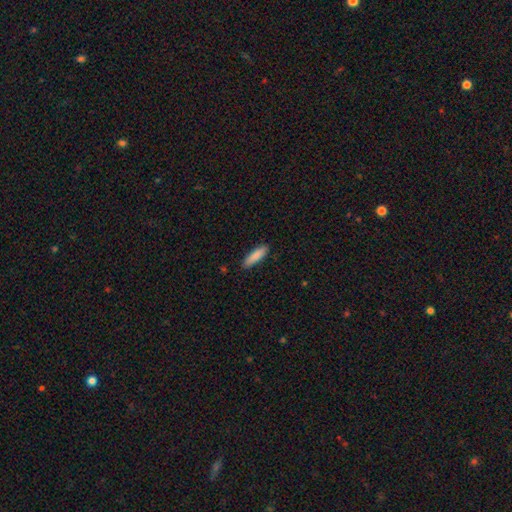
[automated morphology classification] Overall: smooth (86%). How rounded: cigar-shaped (67%; in between 32%). Merging: none (86%).